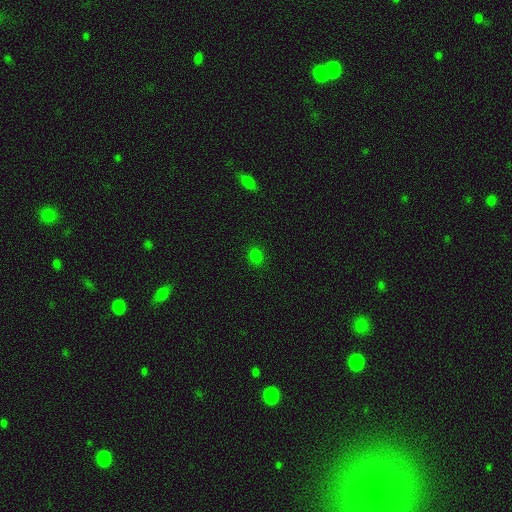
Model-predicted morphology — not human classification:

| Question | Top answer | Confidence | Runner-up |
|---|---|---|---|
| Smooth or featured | smooth | 79% | star or artifact (18%) |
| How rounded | round | 54% | in between (45%) |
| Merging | none | 88% | minor disturbance (8%) |